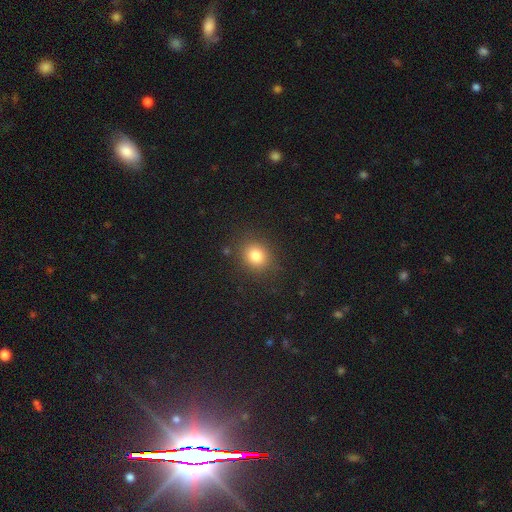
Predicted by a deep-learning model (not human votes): This is clearly a smooth galaxy (81%). How rounded: likely round (67%). Merging: clearly none (85%).